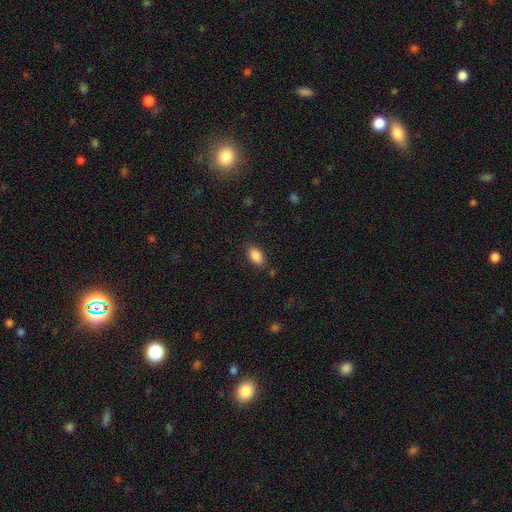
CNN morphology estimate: Smooth or featured? smooth (87%)
How rounded? in between (91%)
Merging? none (83%)